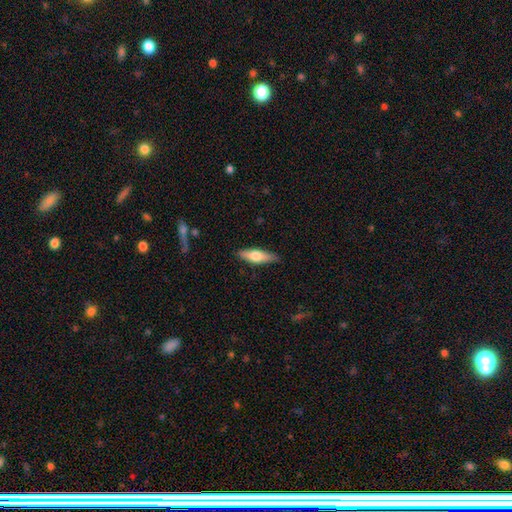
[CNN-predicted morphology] Smooth or featured? smooth (57%)
How rounded? cigar-shaped (56%)
Merging? none (84%)